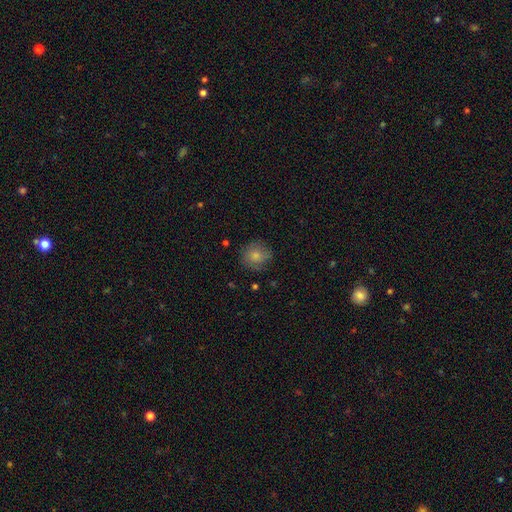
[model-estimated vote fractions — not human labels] This appears to be a smooth galaxy with no disk features (79%) that is round (89%). Merging: none (77%).